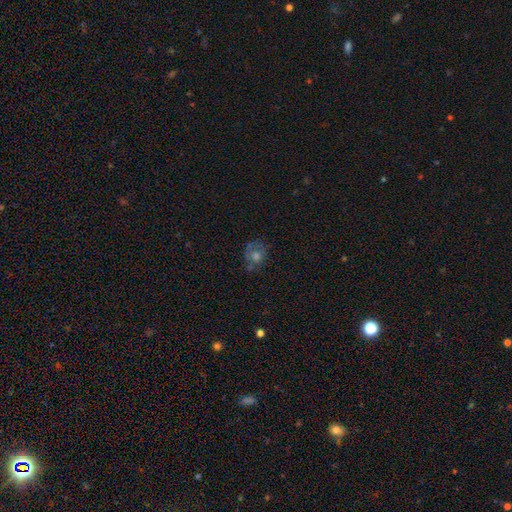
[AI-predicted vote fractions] Overall: smooth (46%; featured or disk 34%). Merging: none (63%).